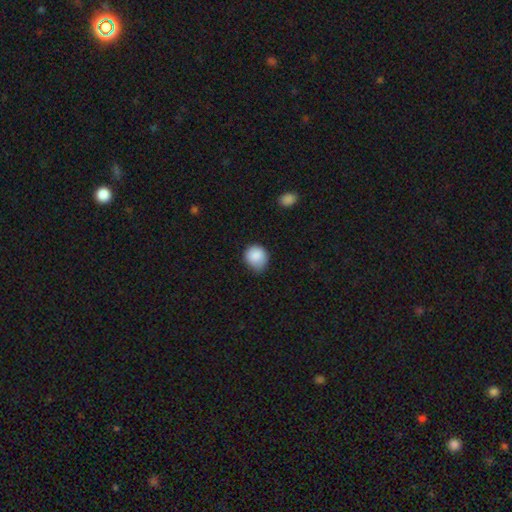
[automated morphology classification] Smooth or featured?
  - smooth: 87% *
  - star or artifact: 8%
  - featured or disk: 5%
How rounded?
  - round: 77% *
  - in between: 22%
  - cigar-shaped: 1%
Merging?
  - none: 60% *
  - minor disturbance: 33%
  - major disturbance: 5%
  - merger: 2%